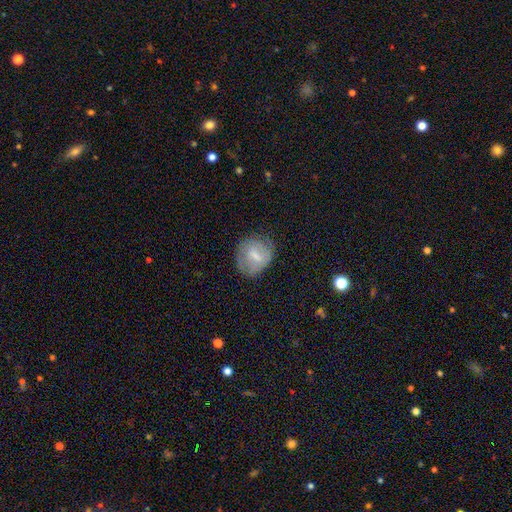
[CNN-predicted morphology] smooth 54%, featured or disk 38%, star or artifact 8%. Down the decision tree: how rounded — round (66%); merging — none (64%).